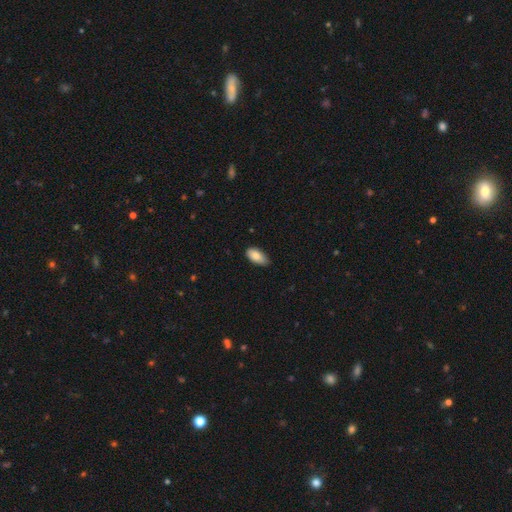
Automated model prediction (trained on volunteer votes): smooth-or-featured: smooth: 83% | featured or disk: 10% | star or artifact: 7%
  how-rounded: in between: 92% | cigar-shaped: 5% | round: 3%
  merging: none: 74% | minor disturbance: 22% | major disturbance: 2% | merger: 1%